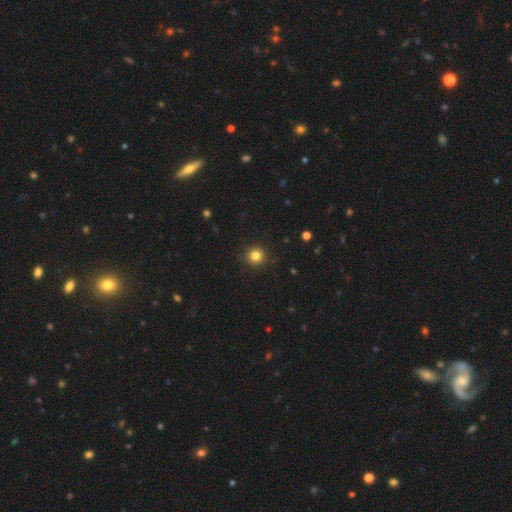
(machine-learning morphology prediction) smooth_or_featured: smooth (p=0.83) [alt: star or artifact p=0.12]
how_rounded: round (p=0.94) [alt: in between p=0.05]
merging: none (p=0.91) [alt: minor disturbance p=0.06]